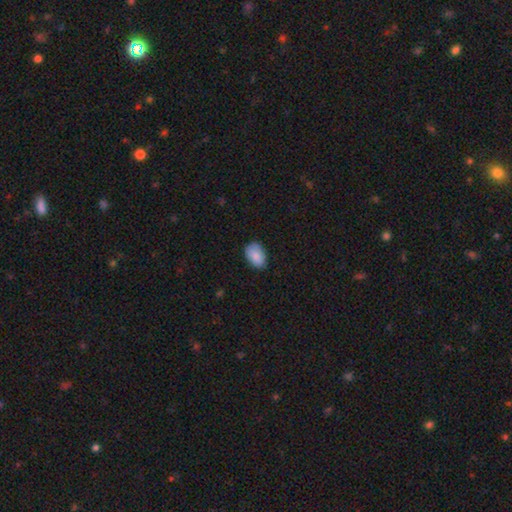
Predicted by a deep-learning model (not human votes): A smooth galaxy with no disk features (88%) that is in between round and cigar-shaped (90%).

Vote fractions:
- Smooth or featured? smooth: 88% / star or artifact: 7% / featured or disk: 6%
- How rounded? in between: 90% / round: 9% / cigar-shaped: 1%
- Merging? none: 78% / minor disturbance: 18% / major disturbance: 3% / merger: 1%